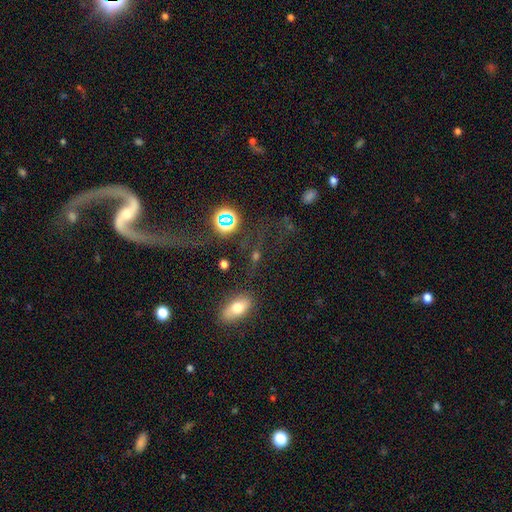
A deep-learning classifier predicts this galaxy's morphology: This is marginally a smooth galaxy (45%). Merging: possibly none (58%).